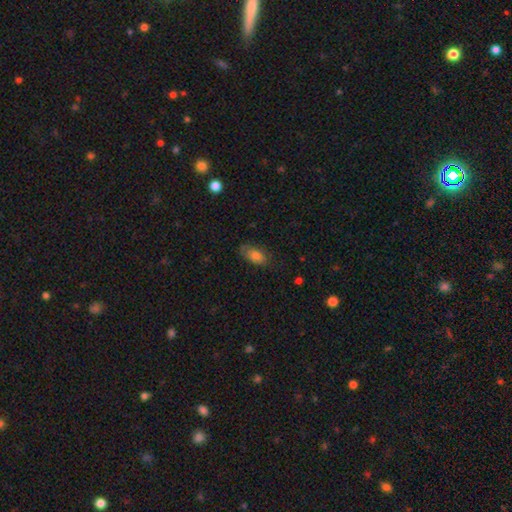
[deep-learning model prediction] Q: Smooth or featured?
A: smooth (80%); runner-up: featured or disk (11%)
Q: How rounded?
A: in between (89%); runner-up: cigar-shaped (6%)
Q: Merging?
A: none (69%); runner-up: minor disturbance (23%)